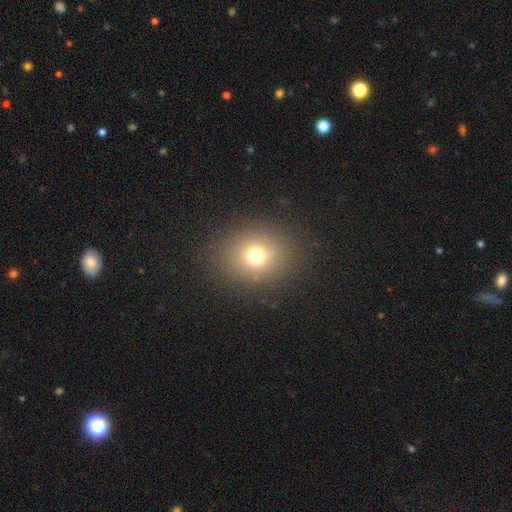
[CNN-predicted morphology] This is likely a smooth galaxy (72%). How rounded: likely round (73%). Merging: clearly none (86%).